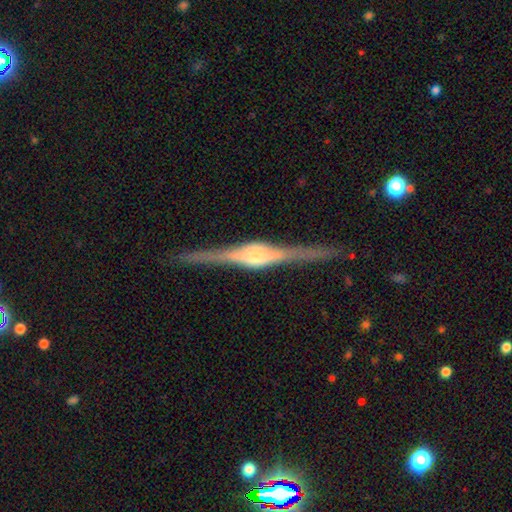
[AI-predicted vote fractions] Q: Smooth or featured?
A: featured or disk (88%); runner-up: smooth (8%)
Q: Edge-on disk?
A: yes (98%); runner-up: no (2%)
Q: Edge-on bulge?
A: rounded (83%); runner-up: boxy (13%)
Q: Merging?
A: none (86%); runner-up: minor disturbance (11%)